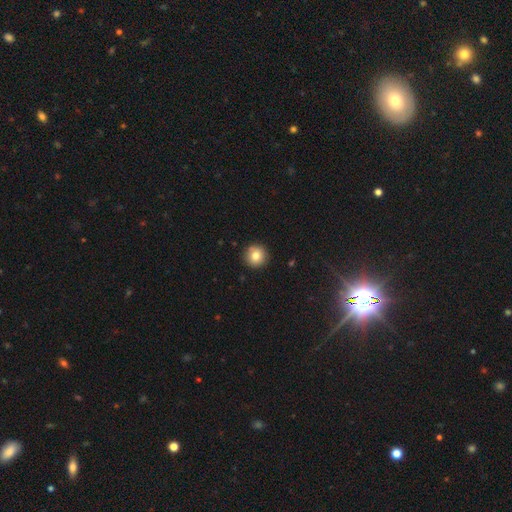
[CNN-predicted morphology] Smooth or featured? Predicted: smooth (p=0.81). How rounded? Predicted: round (p=0.96). Merging? Predicted: none (p=0.90).